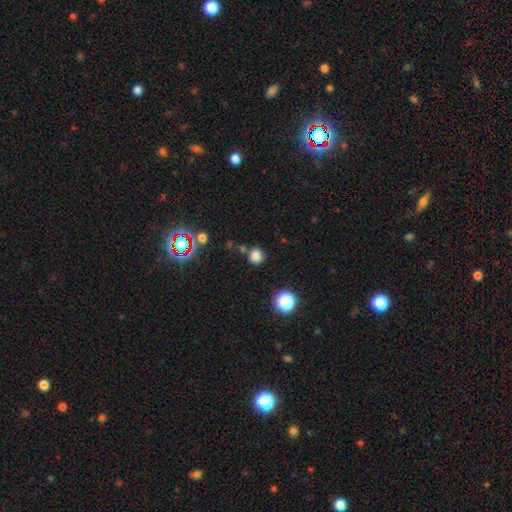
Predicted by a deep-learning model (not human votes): Smooth or featured? Predicted: smooth (p=0.79). How rounded? Predicted: round (p=0.86). Merging? Predicted: none (p=0.76).